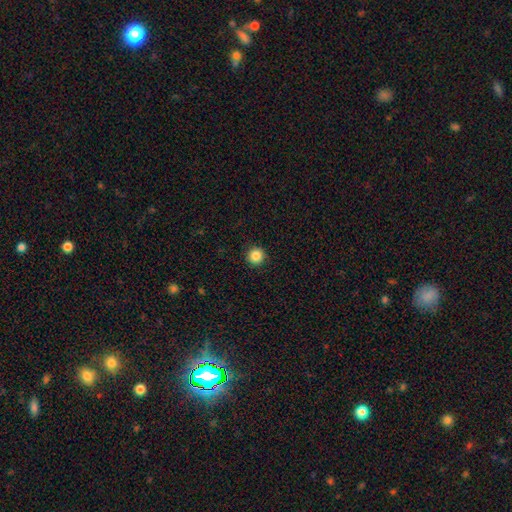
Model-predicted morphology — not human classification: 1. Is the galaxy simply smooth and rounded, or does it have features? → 86% smooth, 10% star or artifact, 4% featured or disk.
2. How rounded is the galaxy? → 96% round, 3% in between, 1% cigar-shaped.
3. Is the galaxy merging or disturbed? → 93% none, 5% minor disturbance, 2% major disturbance, 1% merger.